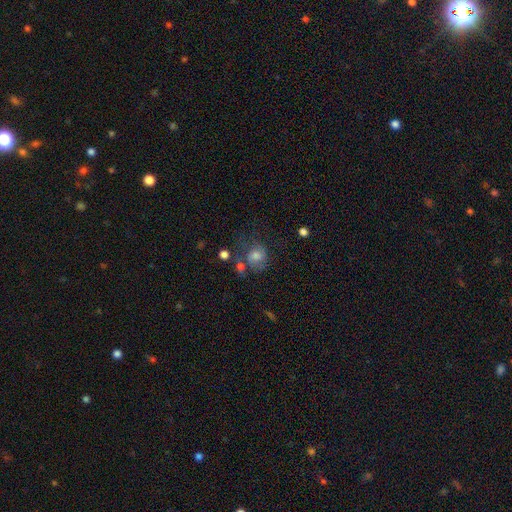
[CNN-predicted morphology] Smooth or featured: smooth — 56% (featured or disk — 29%)
How rounded: round — 72% (in between — 27%)
Merging: none — 47% (minor disturbance — 21%)